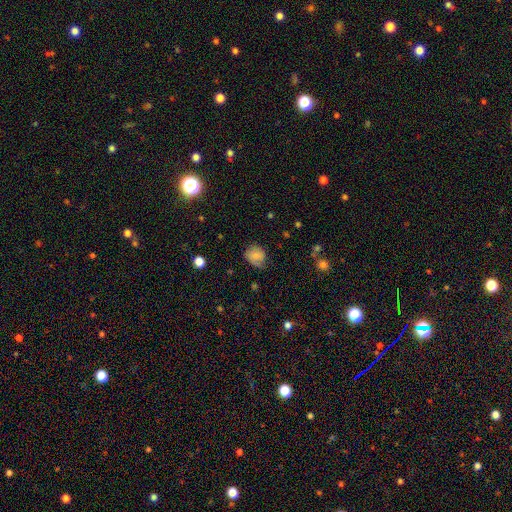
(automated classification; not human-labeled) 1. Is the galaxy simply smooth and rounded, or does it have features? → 66% smooth, 24% featured or disk, 10% star or artifact.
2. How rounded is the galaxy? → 63% round, 36% in between, 1% cigar-shaped.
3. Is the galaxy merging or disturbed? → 61% none, 28% minor disturbance, 9% major disturbance, 1% merger.